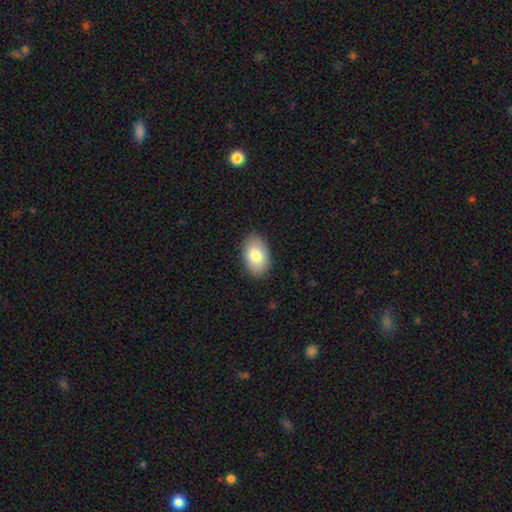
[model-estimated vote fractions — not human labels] Smooth or featured?
  - smooth: 81% *
  - featured or disk: 13%
  - star or artifact: 6%
How rounded?
  - in between: 91% *
  - round: 8%
  - cigar-shaped: 1%
Merging?
  - none: 88% *
  - minor disturbance: 9%
  - major disturbance: 2%
  - merger: 1%